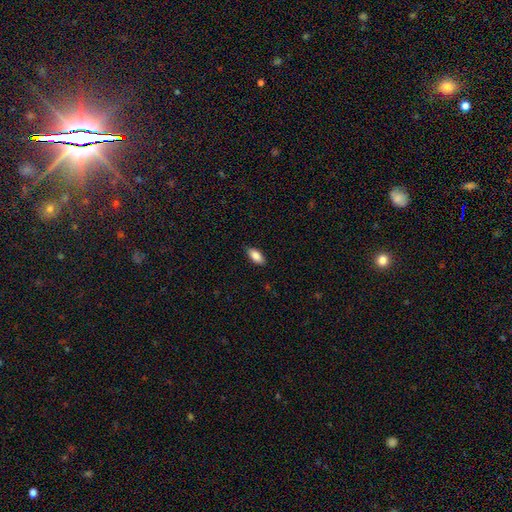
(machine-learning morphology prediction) Smooth or featured? smooth (86%)
How rounded? in between (89%)
Merging? none (85%)